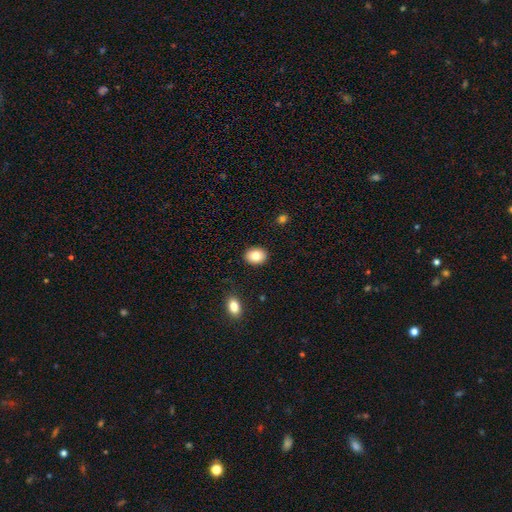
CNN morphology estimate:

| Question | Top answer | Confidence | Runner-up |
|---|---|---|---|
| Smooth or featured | smooth | 83% | featured or disk (9%) |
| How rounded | in between | 63% | round (36%) |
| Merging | none | 89% | minor disturbance (7%) |